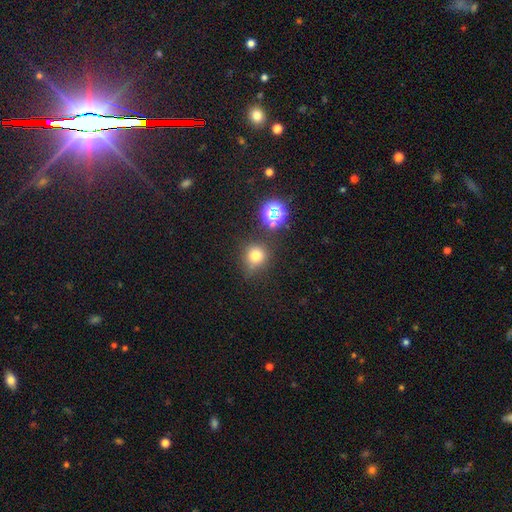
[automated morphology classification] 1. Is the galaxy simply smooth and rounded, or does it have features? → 69% smooth, 22% star or artifact, 9% featured or disk.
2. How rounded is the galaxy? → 86% round, 13% in between, 1% cigar-shaped.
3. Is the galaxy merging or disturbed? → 71% none, 17% minor disturbance, 6% merger, 6% major disturbance.